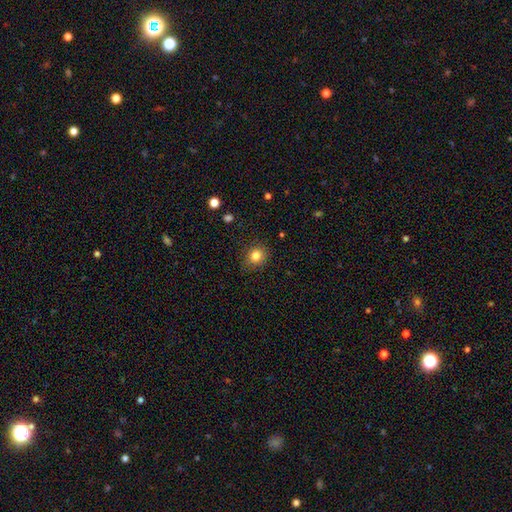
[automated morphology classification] Smooth or featured? smooth (83%)
How rounded? round (69%)
Merging? none (83%)